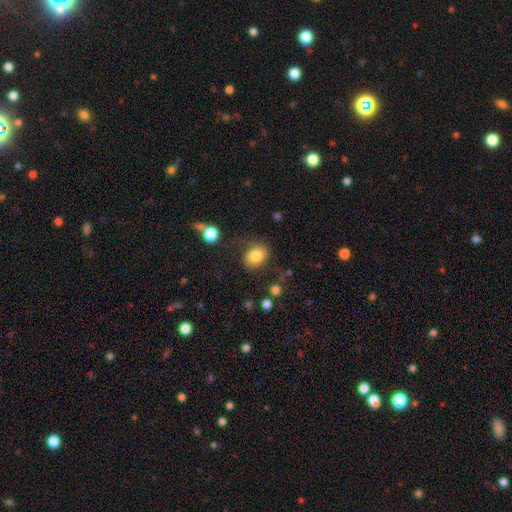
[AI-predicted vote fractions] The model was most divided on "how rounded": in between: 55%, round: 44%, cigar-shaped: 1%. More confident: smooth or featured — smooth (80%); merging — none (68%).